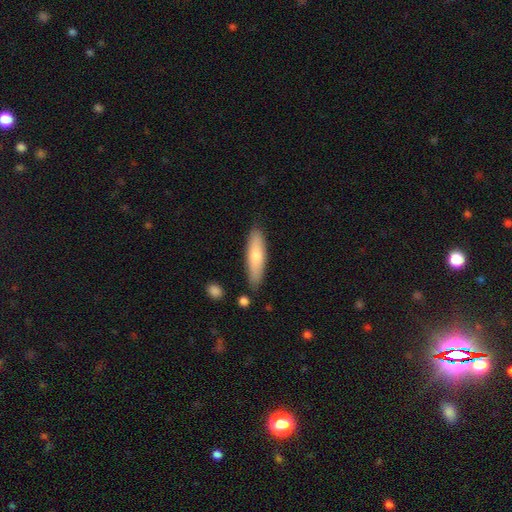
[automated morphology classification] A smooth galaxy with no disk features (64%) that is cigar-shaped (67%). Merging: none (86%).